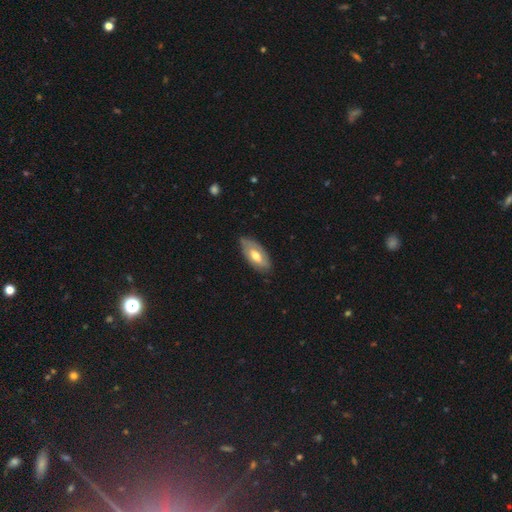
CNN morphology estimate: smooth 57%, featured or disk 38%, star or artifact 6%. Down the decision tree: how rounded — in between (91%); merging — none (70%).